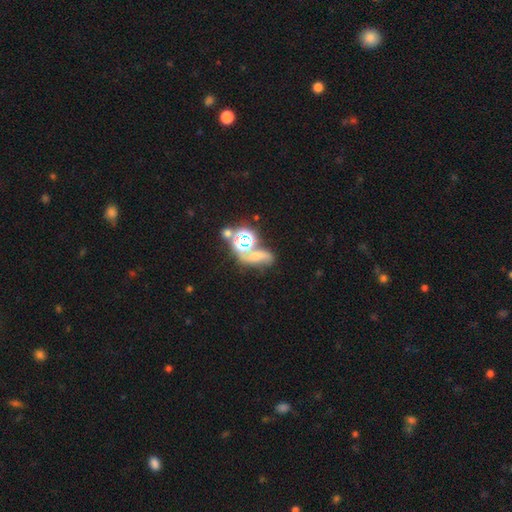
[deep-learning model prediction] Smooth or featured? Predicted: smooth (p=0.40). Merging? Predicted: none (p=0.34).